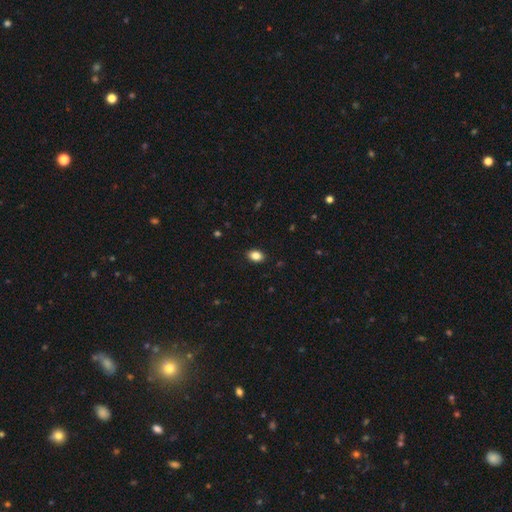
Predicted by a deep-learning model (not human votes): Q: Smooth or featured?
A: smooth (86%); runner-up: star or artifact (9%)
Q: How rounded?
A: in between (81%); runner-up: round (18%)
Q: Merging?
A: none (90%); runner-up: minor disturbance (8%)